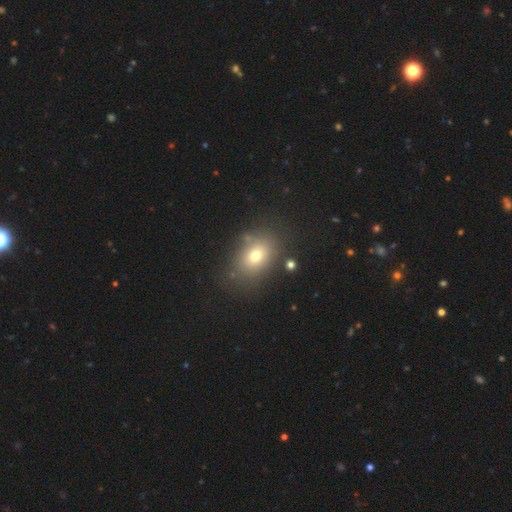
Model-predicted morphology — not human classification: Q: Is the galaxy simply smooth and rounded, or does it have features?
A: smooth — 71%.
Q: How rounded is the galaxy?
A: in between — 69%.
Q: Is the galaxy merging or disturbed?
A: none — 78%.